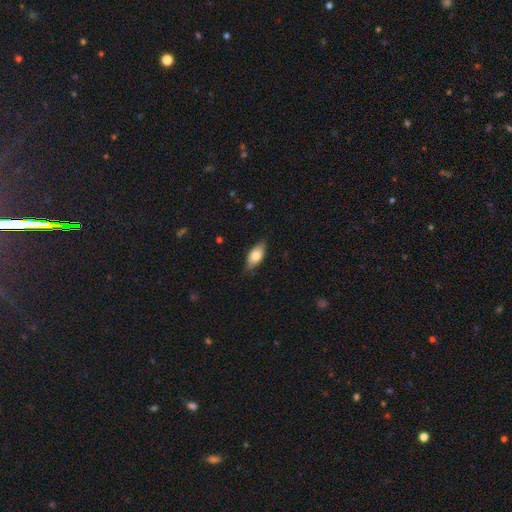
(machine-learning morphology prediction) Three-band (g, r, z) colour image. It shows a smooth galaxy with no disk features (75%) that is in between round and cigar-shaped (87%). Merging: none (79%).